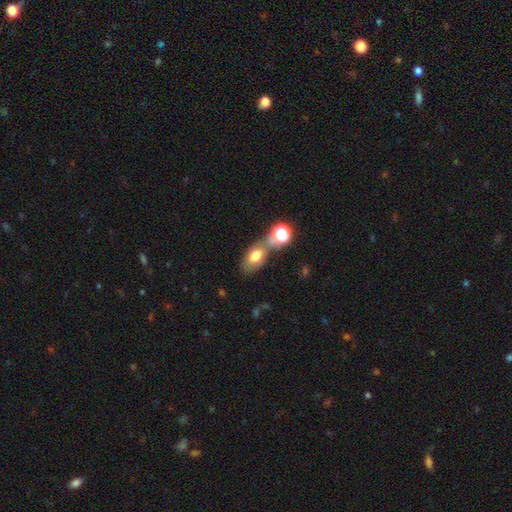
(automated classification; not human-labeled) Smooth or featured: smooth — 69% (featured or disk — 19%)
How rounded: in between — 85% (round — 12%)
Merging: none — 44% (merger — 34%)